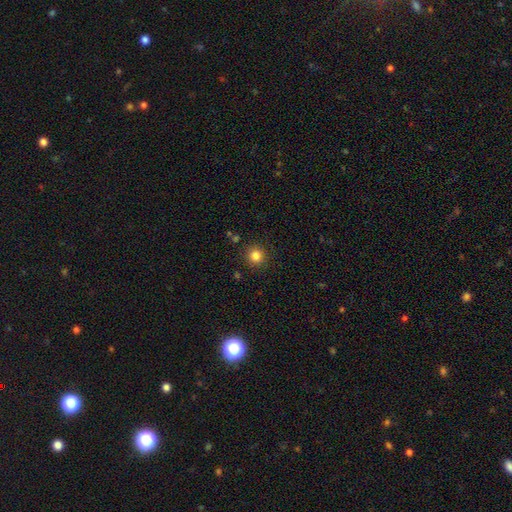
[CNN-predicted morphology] Q: Smooth or featured?
A: smooth (84%); runner-up: star or artifact (12%)
Q: How rounded?
A: round (93%); runner-up: in between (6%)
Q: Merging?
A: none (90%); runner-up: minor disturbance (6%)